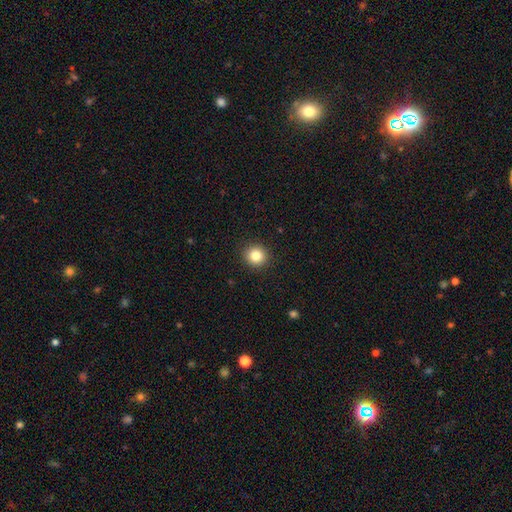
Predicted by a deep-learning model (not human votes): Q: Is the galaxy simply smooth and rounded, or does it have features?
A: smooth — 84%.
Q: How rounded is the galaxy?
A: round — 93%.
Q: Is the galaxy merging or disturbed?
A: none — 92%.